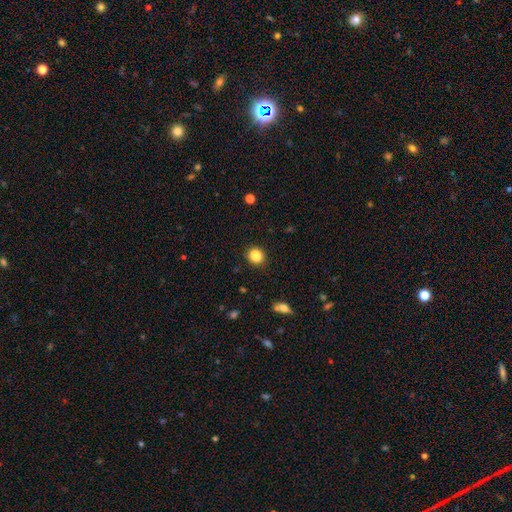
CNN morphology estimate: This is clearly a smooth galaxy (86%). How rounded: likely round (70%). Merging: clearly none (86%).